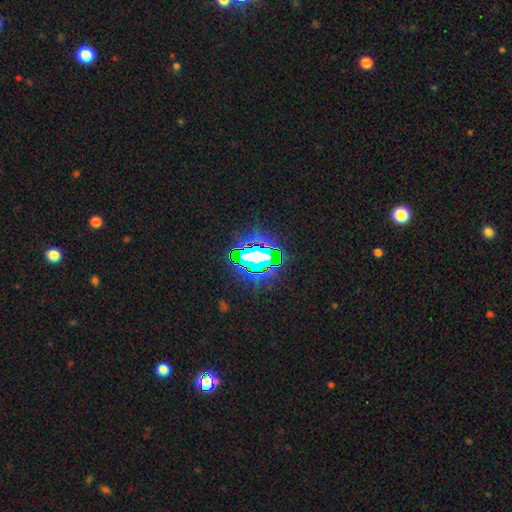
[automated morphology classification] Smooth or featured?
  - star or artifact: 76% *
  - smooth: 13%
  - featured or disk: 12%